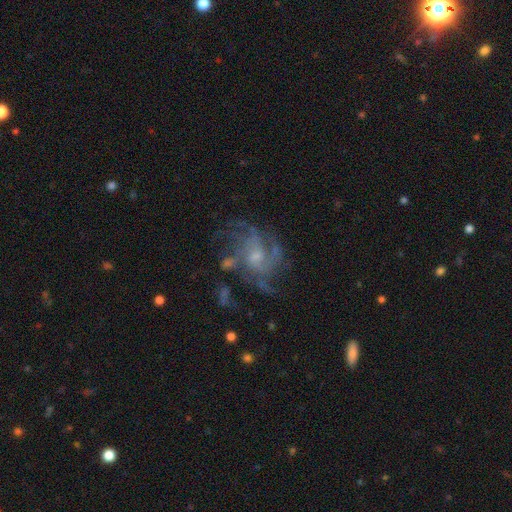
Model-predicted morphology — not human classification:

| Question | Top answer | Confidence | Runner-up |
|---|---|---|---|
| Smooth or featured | featured or disk | 81% | smooth (10%) |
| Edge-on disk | no | 98% | yes (2%) |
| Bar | no | 66% | weak (30%) |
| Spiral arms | yes | 88% | no (12%) |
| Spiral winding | medium | 47% | tight (30%) |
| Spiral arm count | can't tell | 29% | 4 (24%) |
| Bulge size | small | 47% | moderate (39%) |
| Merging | none | 54% | major disturbance (23%) |